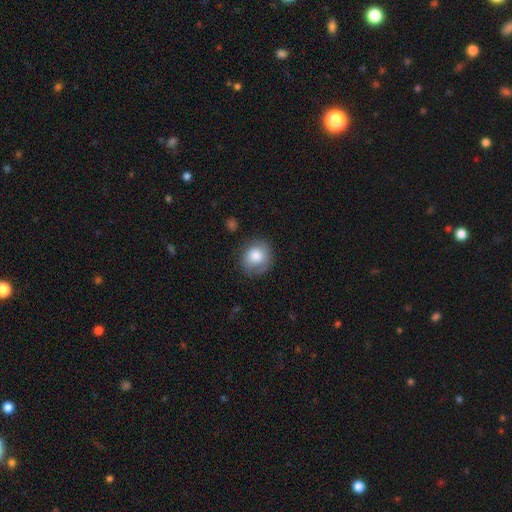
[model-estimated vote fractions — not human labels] This appears to be a smooth galaxy with no disk features (77%) that is round (80%). Merging: none (68%).